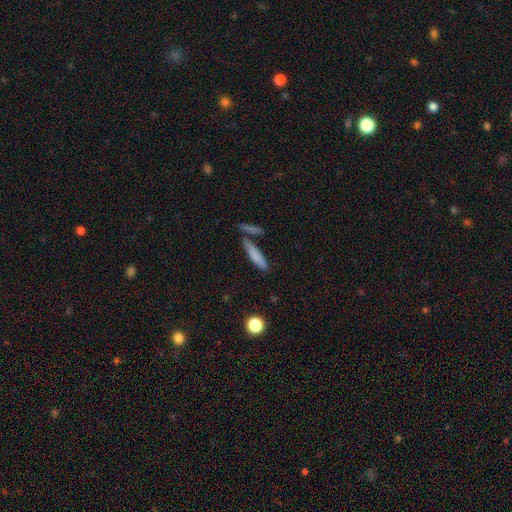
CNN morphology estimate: This is likely a smooth galaxy (78%). How rounded: likely cigar-shaped (79%). Merging: likely none (70%).